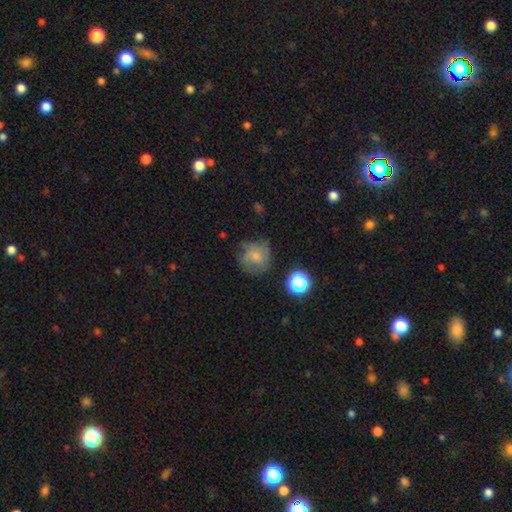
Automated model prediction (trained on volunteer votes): Q: Smooth or featured?
A: smooth (61%); runner-up: featured or disk (26%)
Q: How rounded?
A: round (86%); runner-up: in between (13%)
Q: Merging?
A: none (60%); runner-up: minor disturbance (25%)